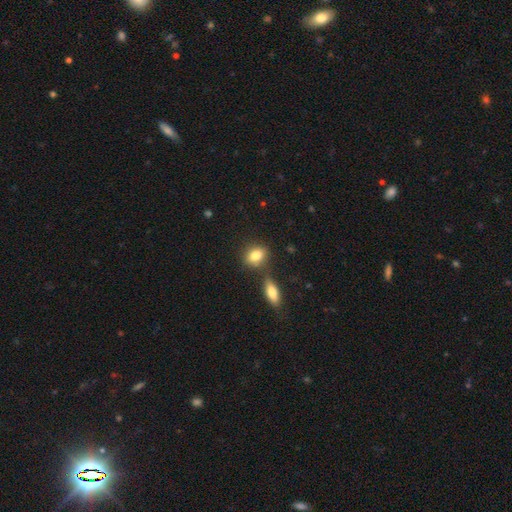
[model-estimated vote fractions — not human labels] Smooth or featured? smooth (82%)
How rounded? in between (69%)
Merging? none (66%)